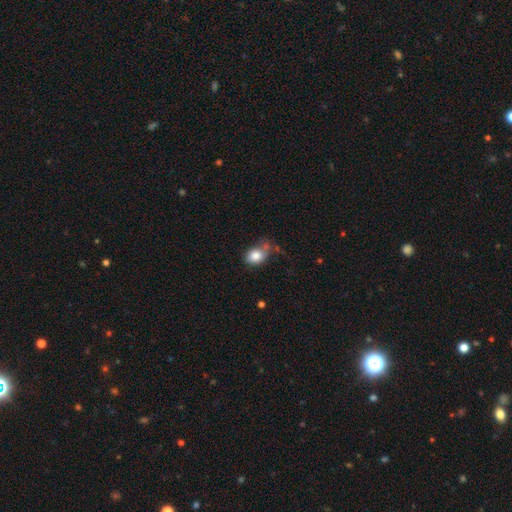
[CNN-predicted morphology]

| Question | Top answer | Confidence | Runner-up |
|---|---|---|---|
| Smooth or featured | smooth | 82% | featured or disk (9%) |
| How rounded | in between | 55% | round (44%) |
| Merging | none | 44% | minor disturbance (30%) |